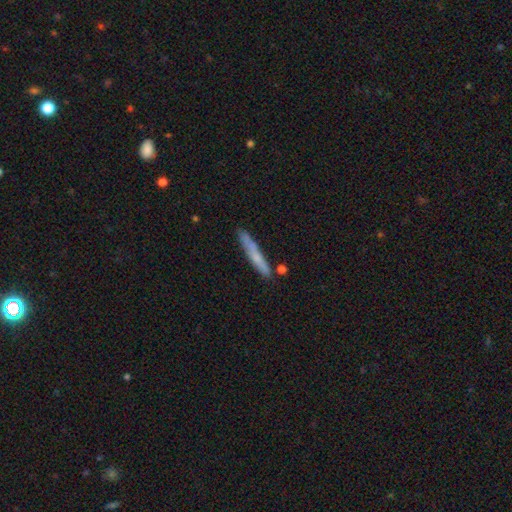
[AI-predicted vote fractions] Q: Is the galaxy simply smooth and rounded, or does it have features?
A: smooth — 60%.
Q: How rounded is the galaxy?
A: cigar-shaped — 95%.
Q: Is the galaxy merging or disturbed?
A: none — 79%.